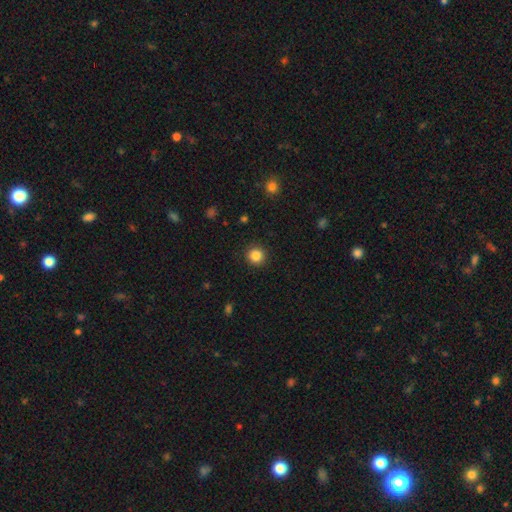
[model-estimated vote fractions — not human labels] This appears to be a smooth galaxy with no disk features (85%) that is round (95%). Merging: none (92%).